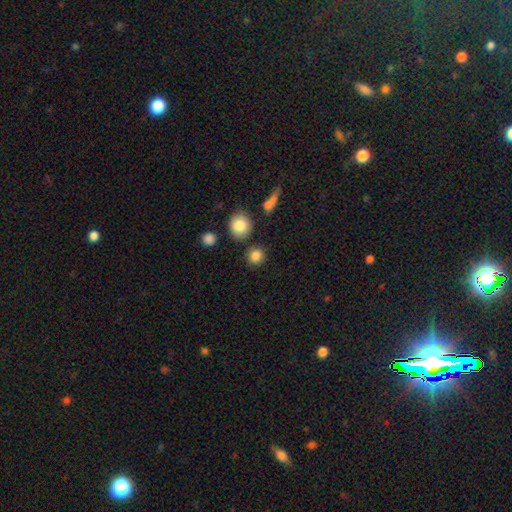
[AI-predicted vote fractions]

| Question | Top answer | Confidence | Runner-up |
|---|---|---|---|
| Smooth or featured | smooth | 85% | star or artifact (10%) |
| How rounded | round | 89% | in between (10%) |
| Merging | none | 84% | minor disturbance (7%) |